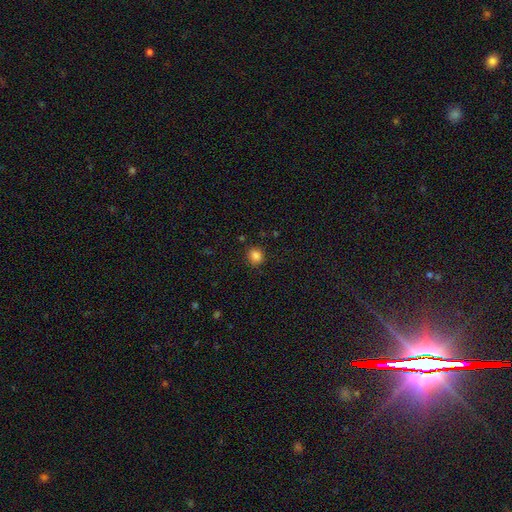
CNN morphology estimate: Smooth or featured? Predicted: smooth (p=0.85). How rounded? Predicted: round (p=0.80). Merging? Predicted: none (p=0.86).